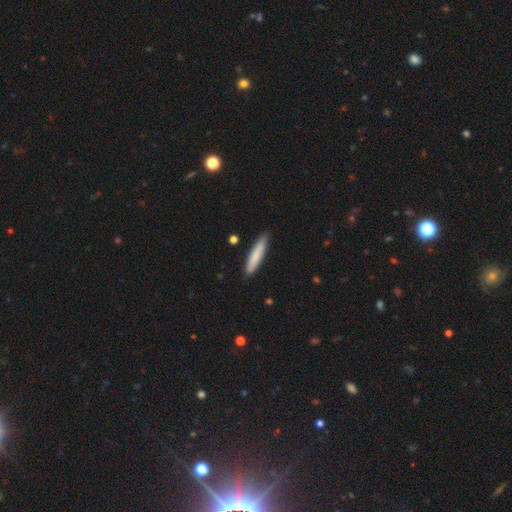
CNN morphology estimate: This appears to be a smooth galaxy with no disk features (81%) that is cigar-shaped (89%). Merging: none (87%).